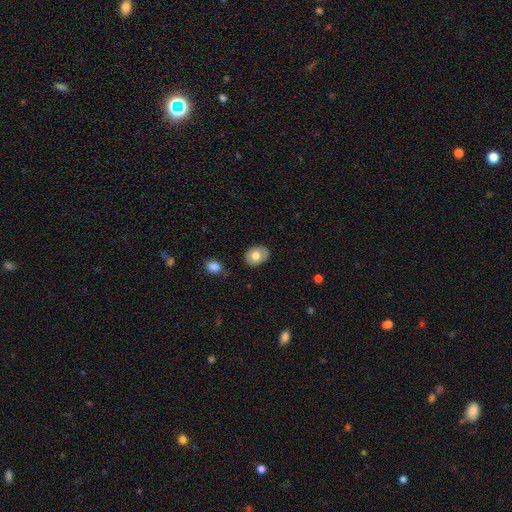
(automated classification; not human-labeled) smooth-or-featured: smooth: 68% | featured or disk: 25% | star or artifact: 7%
  how-rounded: in between: 69% | round: 30% | cigar-shaped: 1%
  merging: none: 81% | minor disturbance: 14% | major disturbance: 3% | merger: 2%